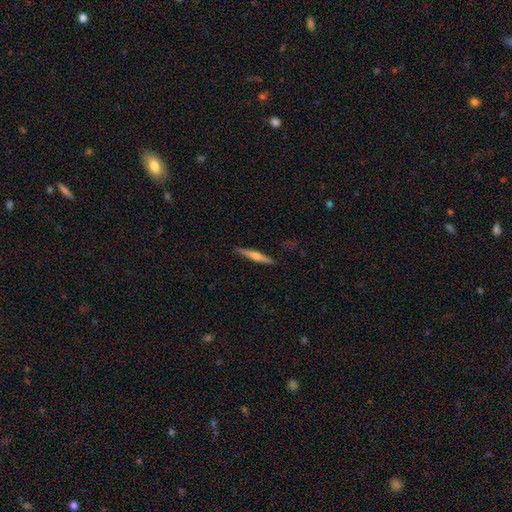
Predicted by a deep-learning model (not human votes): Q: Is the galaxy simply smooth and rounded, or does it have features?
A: featured or disk — 50%.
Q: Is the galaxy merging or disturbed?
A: none — 88%.